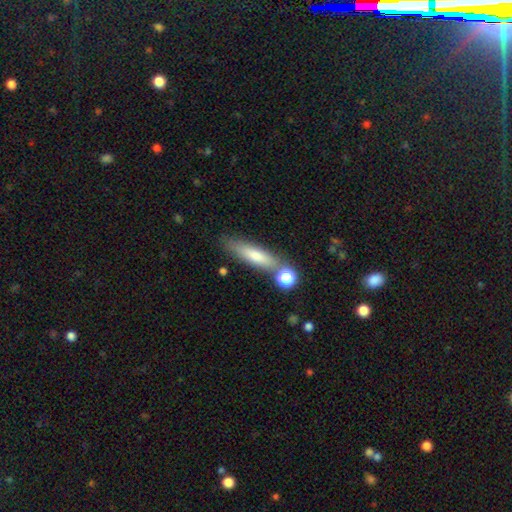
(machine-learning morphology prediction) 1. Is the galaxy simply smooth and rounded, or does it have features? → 59% smooth, 30% featured or disk, 11% star or artifact.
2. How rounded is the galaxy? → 75% cigar-shaped, 22% in between, 3% round.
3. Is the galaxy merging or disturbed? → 72% none, 13% minor disturbance, 10% merger, 4% major disturbance.